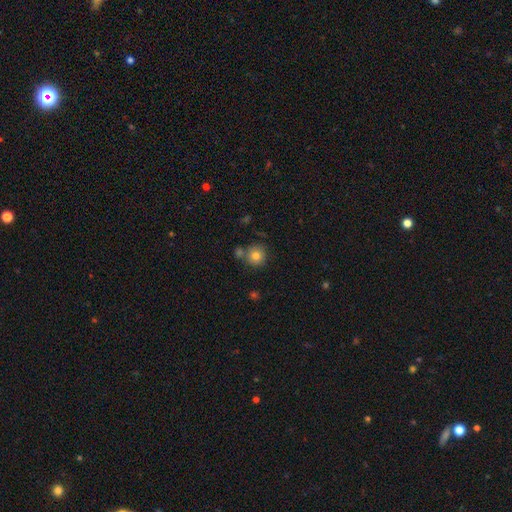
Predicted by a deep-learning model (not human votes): A smooth galaxy with no disk features (81%) that is round (92%).

Vote fractions:
- Smooth or featured? smooth: 81% / star or artifact: 10% / featured or disk: 9%
- How rounded? round: 92% / in between: 7% / cigar-shaped: 1%
- Merging? none: 68% / merger: 17% / minor disturbance: 11% / major disturbance: 3%